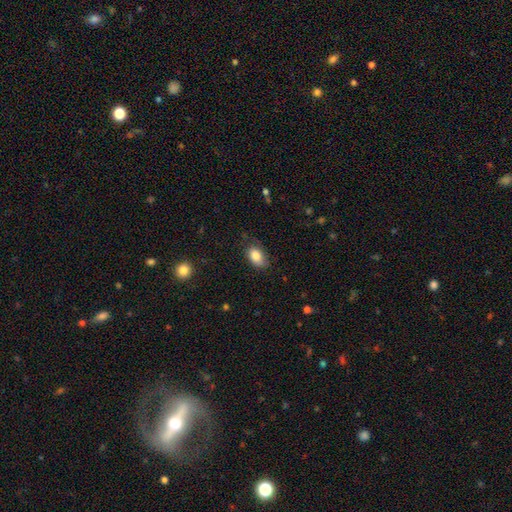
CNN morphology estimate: Smooth or featured: smooth — 84% (featured or disk — 8%)
How rounded: in between — 87% (round — 12%)
Merging: none — 73% (minor disturbance — 21%)